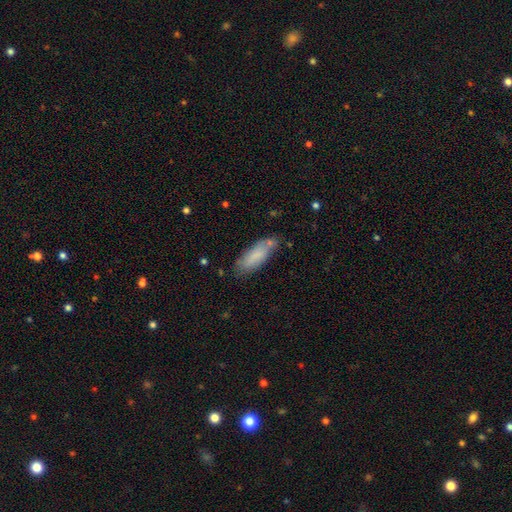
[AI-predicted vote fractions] A smooth galaxy with no disk features (78%) that is in between round and cigar-shaped (60%). Merging: none (65%).